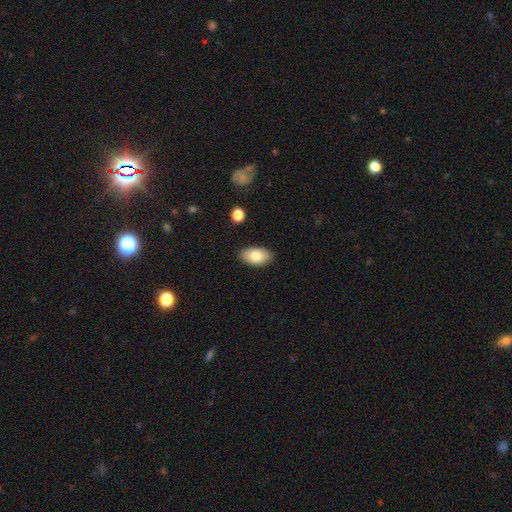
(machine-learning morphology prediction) A smooth galaxy with no disk features (81%) that is in between round and cigar-shaped (94%).

Vote fractions:
- Smooth or featured? smooth: 81% / featured or disk: 13% / star or artifact: 7%
- How rounded? in between: 94% / round: 5% / cigar-shaped: 2%
- Merging? none: 87% / minor disturbance: 10% / major disturbance: 2% / merger: 1%